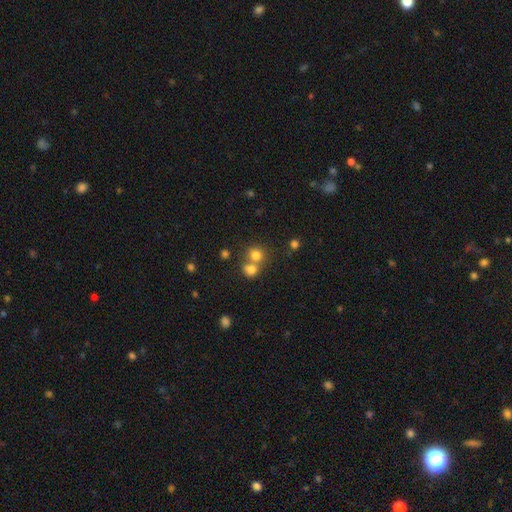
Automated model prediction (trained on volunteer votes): Overall: smooth (77%). How rounded: round (83%). Merging: none (46%; merger 45%).